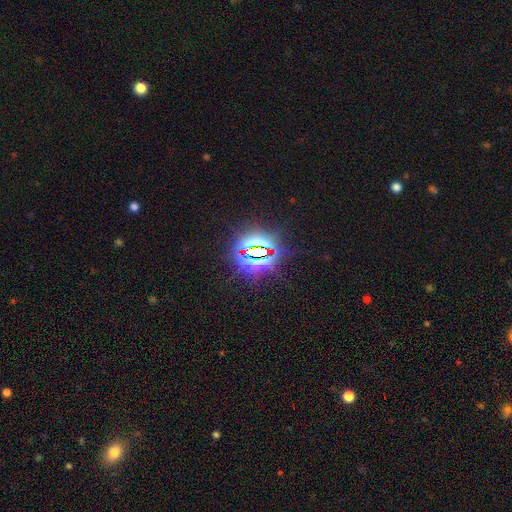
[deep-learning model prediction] This is clearly a star or artifact rather than a galaxy (81%).